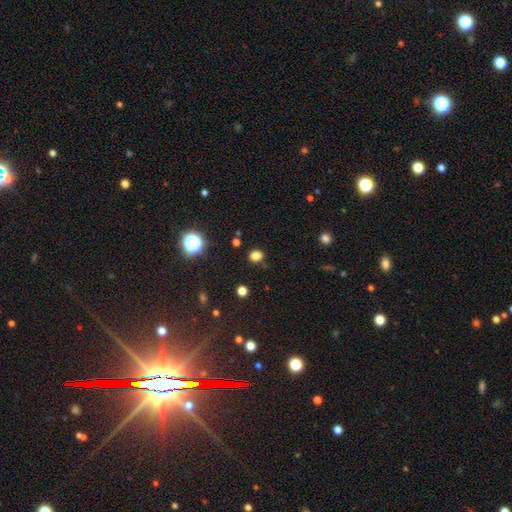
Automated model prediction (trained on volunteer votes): Smooth or featured? smooth (78%)
How rounded? round (66%)
Merging? none (87%)